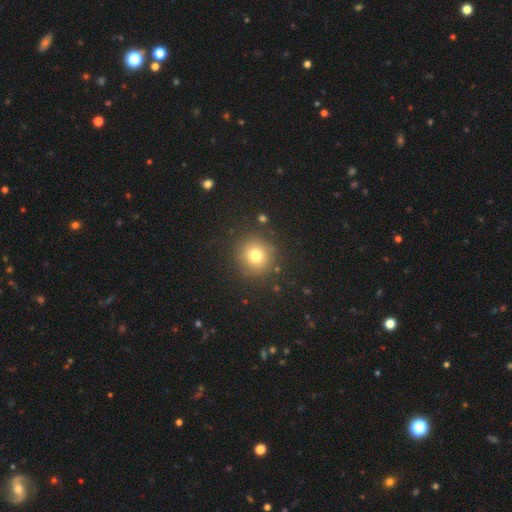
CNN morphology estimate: Overall: smooth (76%). How rounded: round (92%). Merging: none (88%).